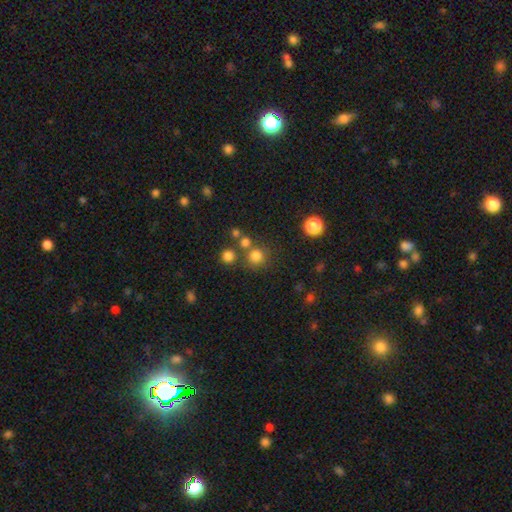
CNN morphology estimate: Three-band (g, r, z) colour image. It shows a smooth galaxy with no disk features (77%) that is round (92%). Merging: none (73%).